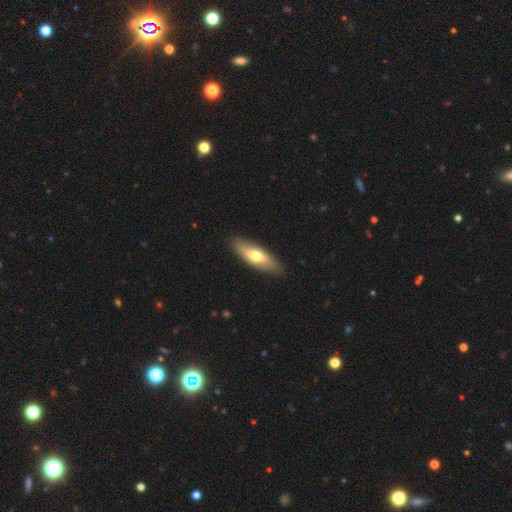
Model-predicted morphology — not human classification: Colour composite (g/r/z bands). It shows a smooth galaxy with no disk features (64%) that is in between round and cigar-shaped (62%). Merging: none (86%).